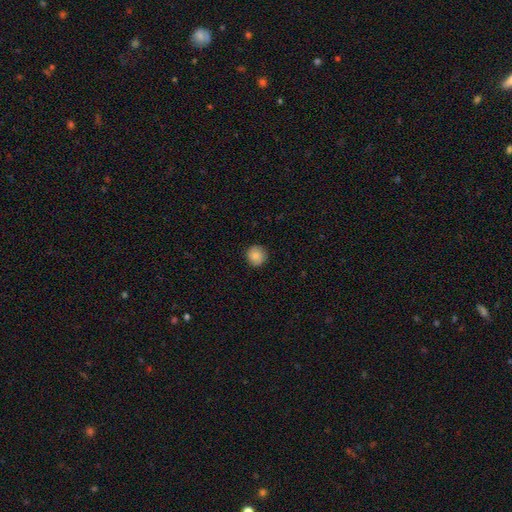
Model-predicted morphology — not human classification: smooth_or_featured: smooth (p=0.84) [alt: star or artifact p=0.08]
how_rounded: round (p=0.93) [alt: in between p=0.06]
merging: none (p=0.88) [alt: minor disturbance p=0.09]